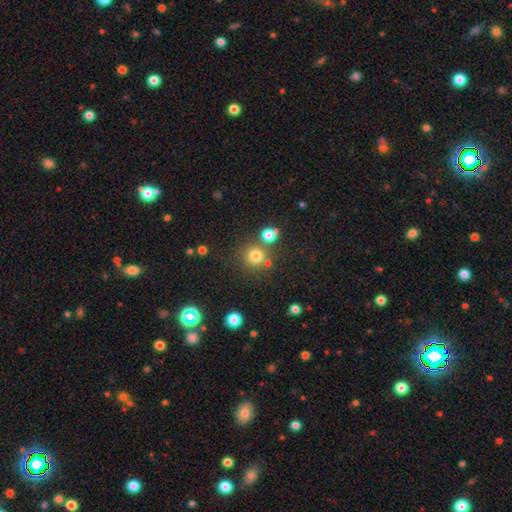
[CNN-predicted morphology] The model was most divided on "smooth or featured": smooth: 75%, star or artifact: 18%, featured or disk: 7%. More confident: how rounded — round (92%); merging — none (73%).